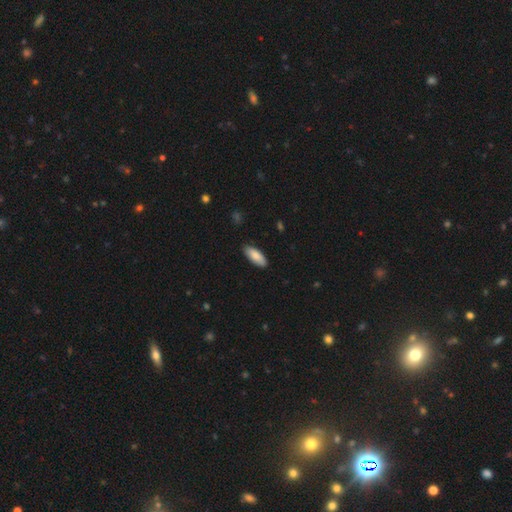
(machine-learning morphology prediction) A smooth galaxy with no disk features (84%) that is in between round and cigar-shaped (80%).

Vote fractions:
- Smooth or featured? smooth: 84% / featured or disk: 10% / star or artifact: 5%
- How rounded? in between: 80% / cigar-shaped: 19% / round: 2%
- Merging? none: 86% / minor disturbance: 11% / major disturbance: 2% / merger: 1%